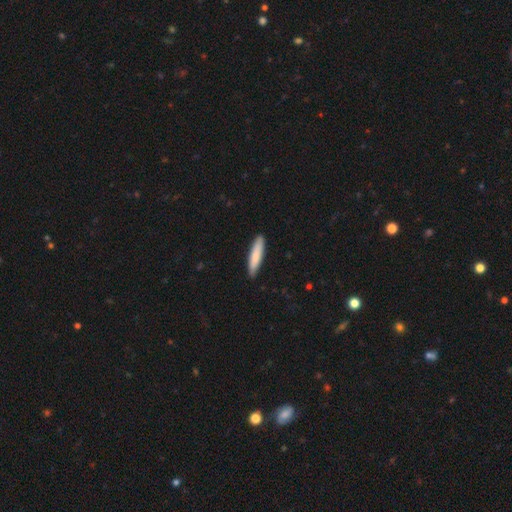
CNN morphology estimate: smooth 81%, featured or disk 14%, star or artifact 5%. Down the decision tree: how rounded — cigar-shaped (84%); merging — none (89%).